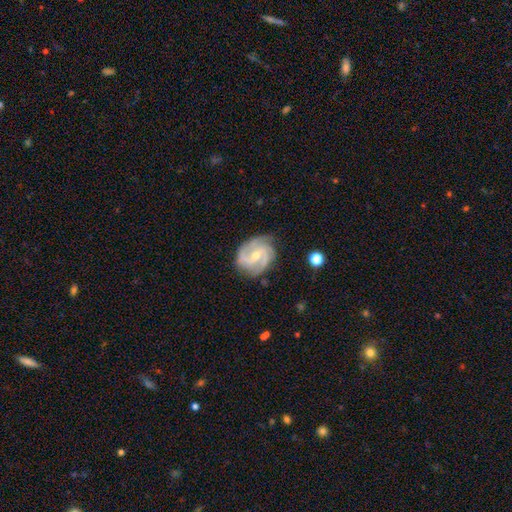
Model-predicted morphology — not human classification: Overall: featured or disk (88%). Edge-on disk: no (98%). Bar: weak (49%; no 33%). Spiral arms: yes (97%). Spiral arm count: 2 (47%; 3 34%). Spiral winding: medium (51%; tight 36%). Bulge size: small (55%; moderate 42%). Merging: none (75%).